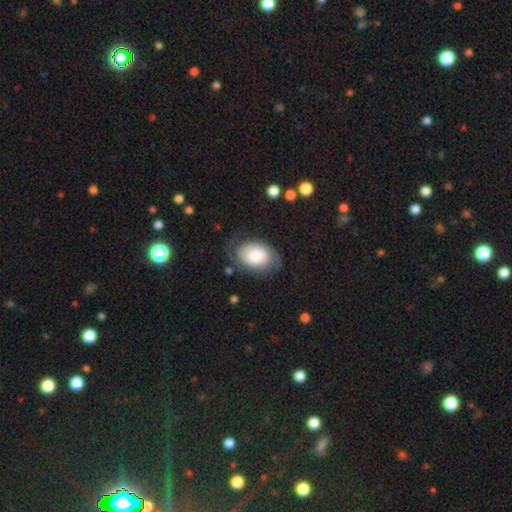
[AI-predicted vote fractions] Smooth or featured: smooth — 55% (featured or disk — 37%)
How rounded: in between — 84% (round — 15%)
Merging: none — 60% (minor disturbance — 24%)